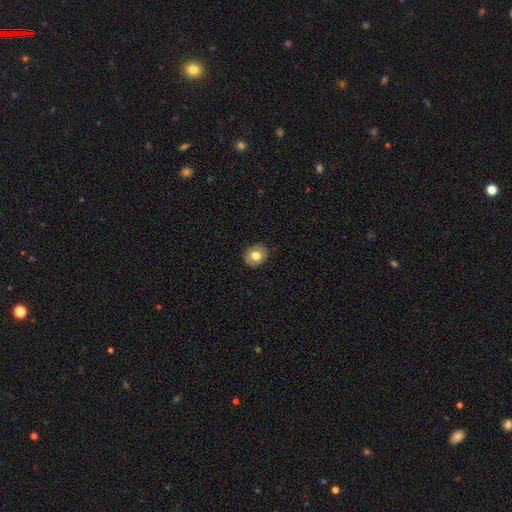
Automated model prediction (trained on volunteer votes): Overall: smooth (75%). How rounded: round (70%). Merging: none (88%).